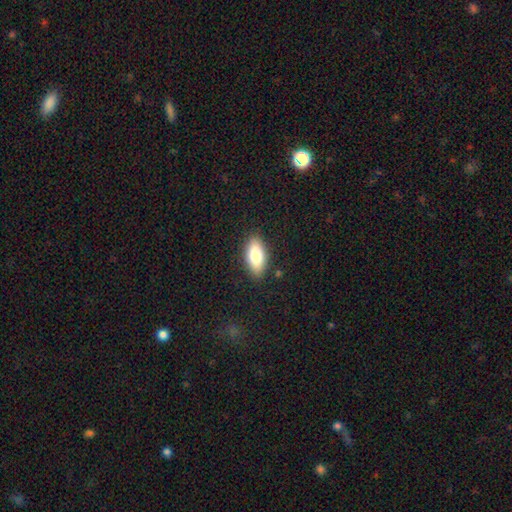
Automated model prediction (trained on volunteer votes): This appears to be a smooth galaxy with no disk features (80%) that is in between round and cigar-shaped (87%). Merging: none (87%).